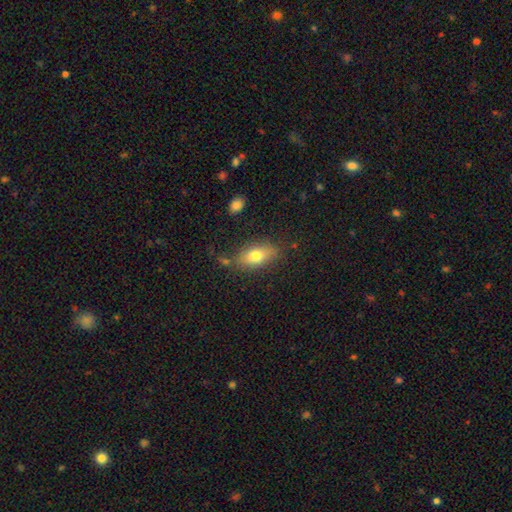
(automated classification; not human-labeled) Smooth or featured: smooth — 74% (featured or disk — 18%)
How rounded: in between — 86% (round — 7%)
Merging: none — 75% (minor disturbance — 16%)